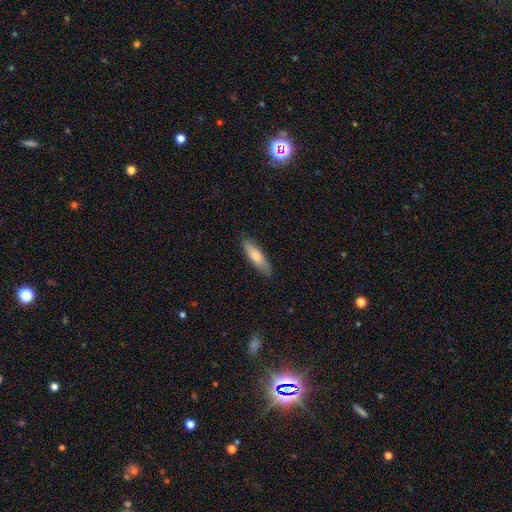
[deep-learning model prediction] smooth 77%, featured or disk 18%, star or artifact 5%. Down the decision tree: how rounded — cigar-shaped (60%); merging — none (85%).